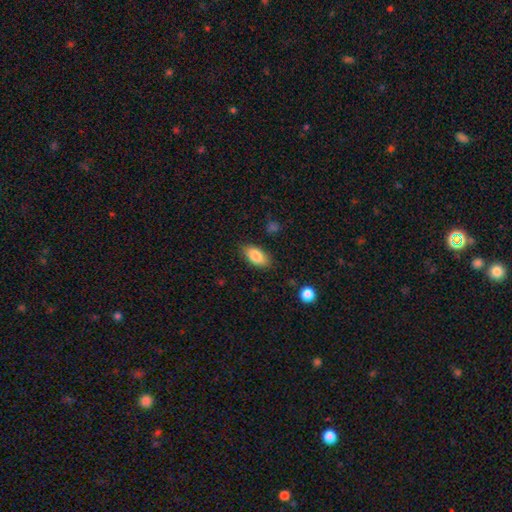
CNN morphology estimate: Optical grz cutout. It shows a smooth galaxy with no disk features (86%) that is in between round and cigar-shaped (92%). Merging: none (83%).